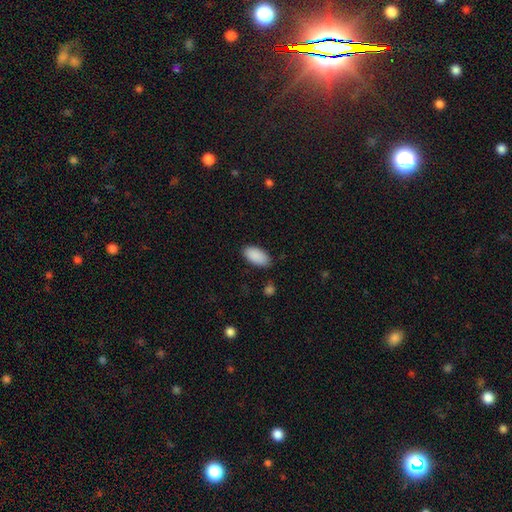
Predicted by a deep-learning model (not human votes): This is clearly a smooth galaxy (91%). How rounded: clearly in between (95%). Merging: clearly none (85%).